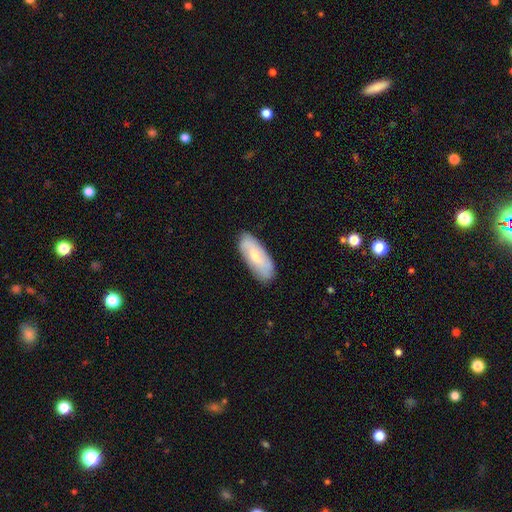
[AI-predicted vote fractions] Morphology: type=smooth (64%); roundness=in between (77%); merging=none (81%).